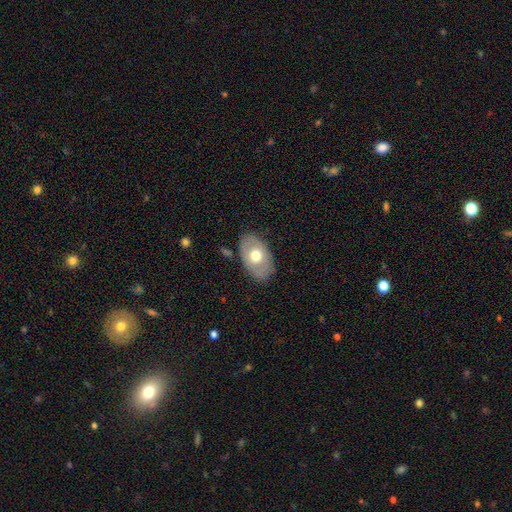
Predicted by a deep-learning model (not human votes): The model was most divided on "smooth or featured": smooth: 56%, featured or disk: 38%, star or artifact: 6%. More confident: how rounded — in between (88%); merging — none (82%).